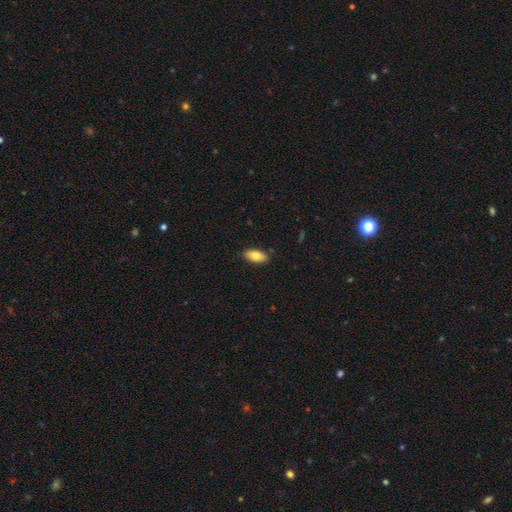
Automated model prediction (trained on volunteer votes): Morphology: type=smooth (79%); roundness=in between (90%); merging=none (87%).